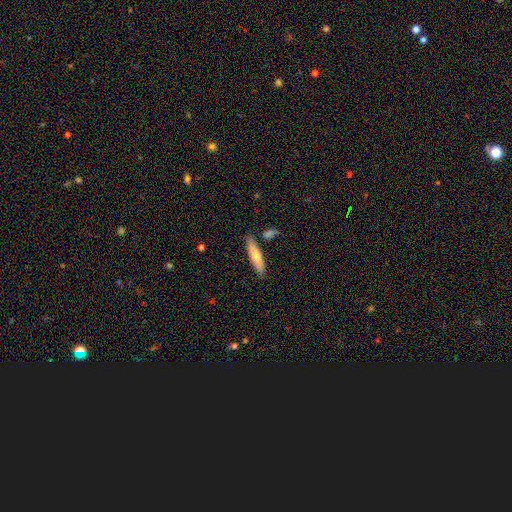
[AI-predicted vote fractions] A smooth galaxy with no disk features (64%) that is cigar-shaped (74%).

Vote fractions:
- Smooth or featured? smooth: 64% / featured or disk: 30% / star or artifact: 6%
- How rounded? cigar-shaped: 74% / in between: 24% / round: 2%
- Merging? none: 83% / minor disturbance: 10% / merger: 5% / major disturbance: 2%